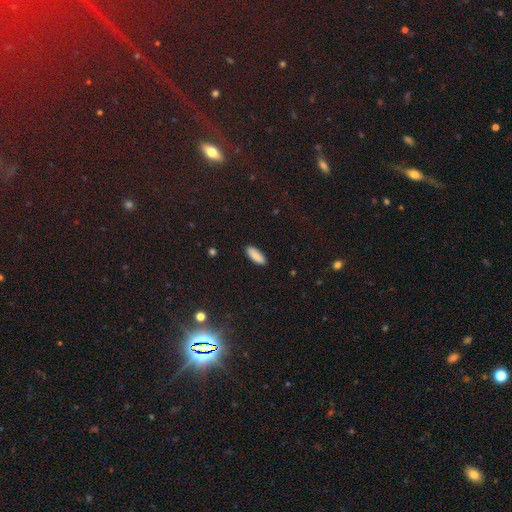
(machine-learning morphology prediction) Overall: smooth (84%). How rounded: in between (69%). Merging: none (90%).